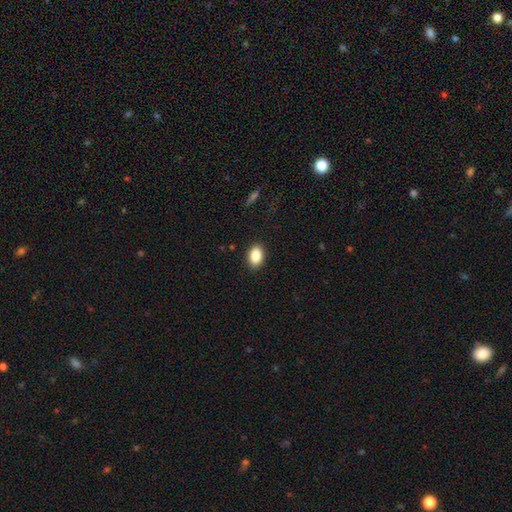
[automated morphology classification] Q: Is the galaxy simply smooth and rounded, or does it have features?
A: smooth — 87%.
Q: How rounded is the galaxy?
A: in between — 87%.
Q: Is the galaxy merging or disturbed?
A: none — 89%.